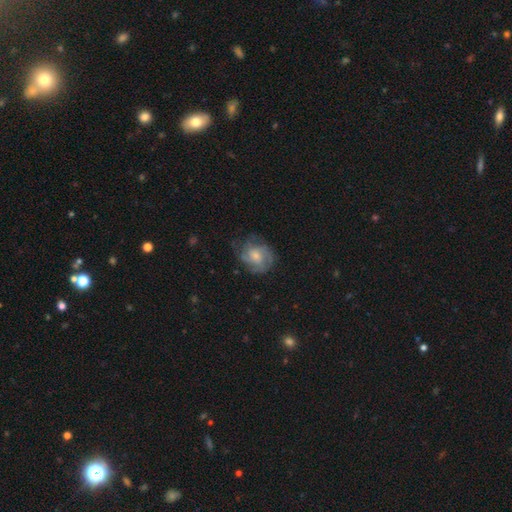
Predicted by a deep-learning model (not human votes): Morphology: type=featured or disk (58%); edge-on=no (97%); bar=no (69%); spiral arms=yes (81%); bulge=moderate (46%); merging=none (64%).